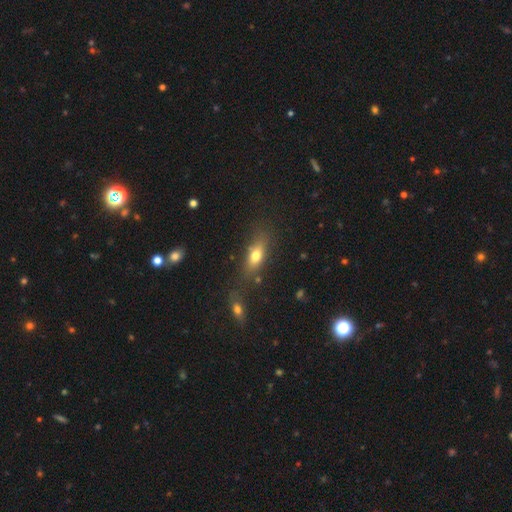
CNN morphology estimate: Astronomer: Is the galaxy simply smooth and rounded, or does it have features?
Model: smooth — 71%.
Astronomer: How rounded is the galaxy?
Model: in between — 68%.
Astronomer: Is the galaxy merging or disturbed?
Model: none — 68%.